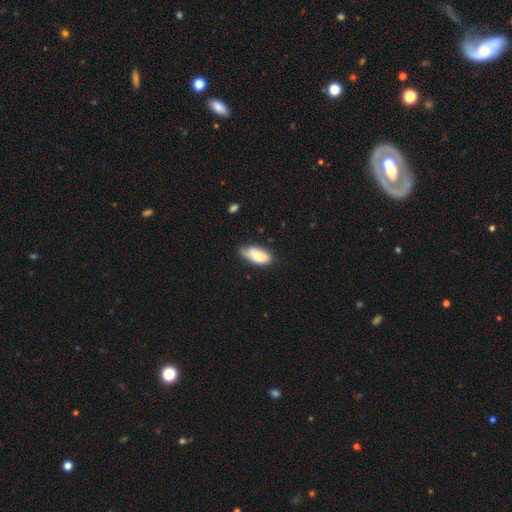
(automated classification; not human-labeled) Q: Smooth or featured?
A: smooth (79%); runner-up: featured or disk (14%)
Q: How rounded?
A: in between (88%); runner-up: cigar-shaped (9%)
Q: Merging?
A: none (54%); runner-up: minor disturbance (37%)